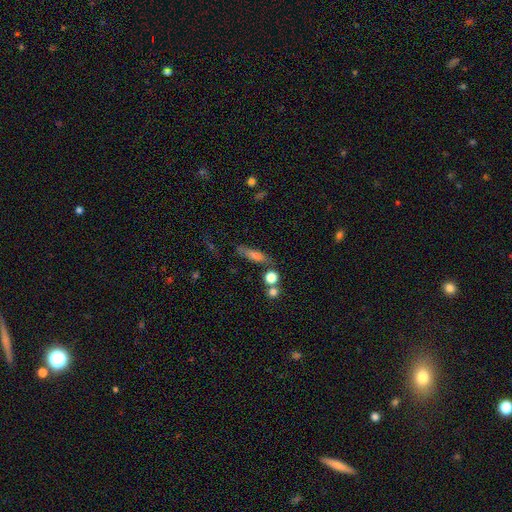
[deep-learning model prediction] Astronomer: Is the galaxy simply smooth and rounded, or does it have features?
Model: smooth — 52%.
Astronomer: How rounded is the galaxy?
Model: cigar-shaped — 61%.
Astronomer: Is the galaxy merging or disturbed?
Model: none — 63%.